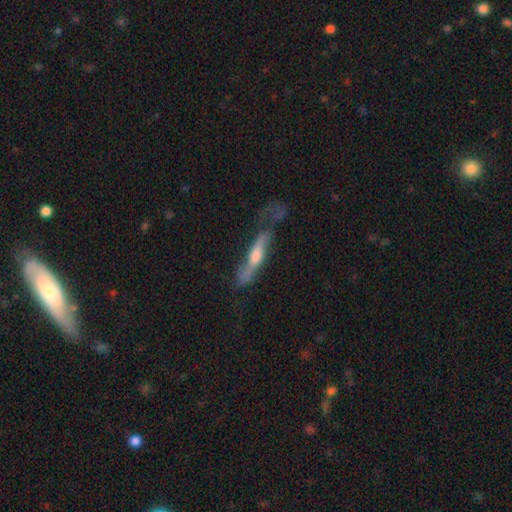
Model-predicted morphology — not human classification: Smooth or featured? featured or disk (66%)
Edge-on disk? yes (73%)
Merging? none (53%)